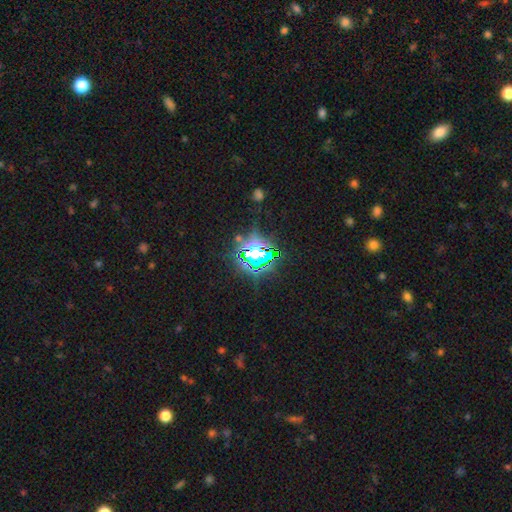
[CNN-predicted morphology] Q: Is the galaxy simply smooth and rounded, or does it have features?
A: star or artifact — 79%.